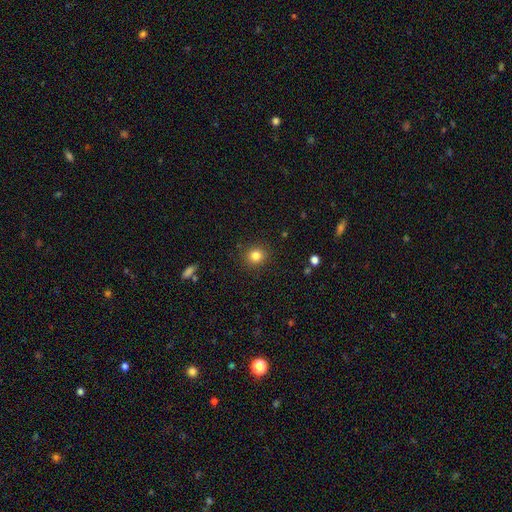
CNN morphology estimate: Smooth or featured: smooth — 83% (star or artifact — 12%)
How rounded: round — 87% (in between — 13%)
Merging: none — 90% (minor disturbance — 6%)